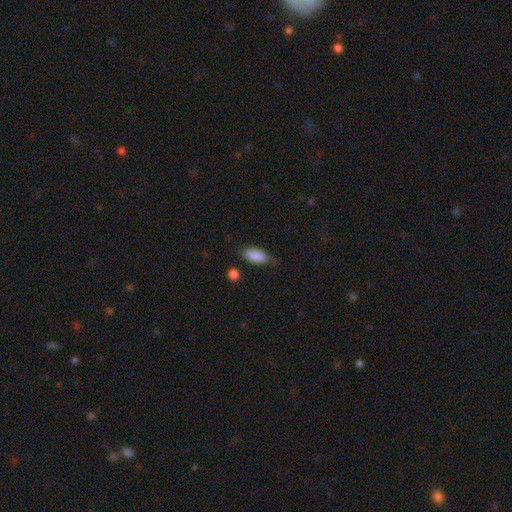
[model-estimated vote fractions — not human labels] Smooth or featured: smooth — 85% (featured or disk — 8%)
How rounded: in between — 86% (cigar-shaped — 11%)
Merging: none — 60% (minor disturbance — 30%)